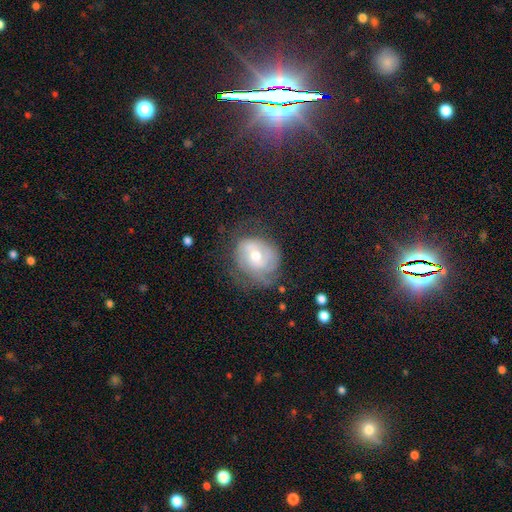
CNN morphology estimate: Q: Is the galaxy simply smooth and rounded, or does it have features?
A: featured or disk — 65%.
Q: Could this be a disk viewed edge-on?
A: no — 96%.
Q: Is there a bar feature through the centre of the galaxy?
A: no — 63%.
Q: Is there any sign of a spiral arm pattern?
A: yes — 78%.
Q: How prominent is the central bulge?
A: moderate — 67%.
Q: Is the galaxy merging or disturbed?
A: none — 54%.